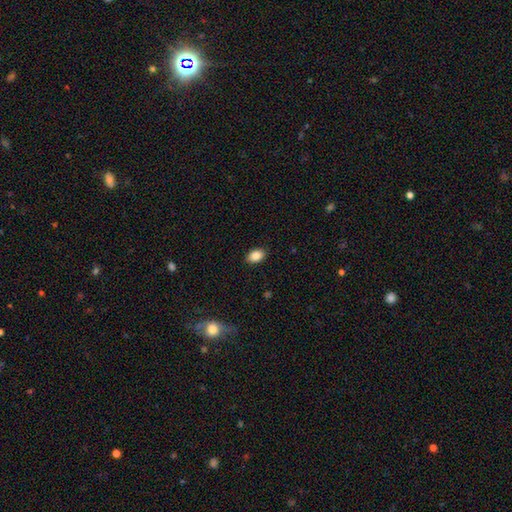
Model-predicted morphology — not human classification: smooth 87%, star or artifact 8%, featured or disk 5%. Down the decision tree: how rounded — in between (87%); merging — none (88%).